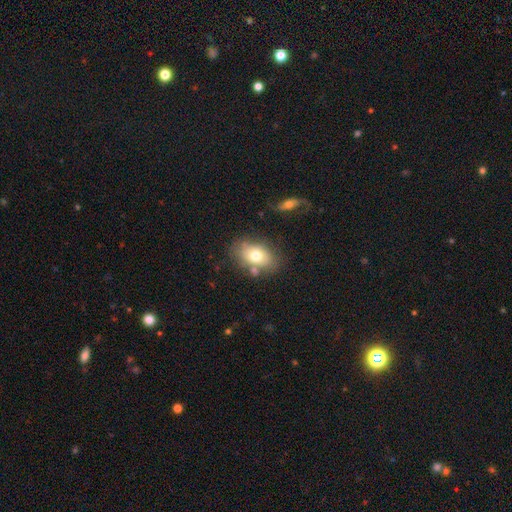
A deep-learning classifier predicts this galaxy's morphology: A smooth galaxy with no disk features (70%) that is in between round and cigar-shaped (83%).

Vote fractions:
- Smooth or featured? smooth: 70% / featured or disk: 21% / star or artifact: 9%
- How rounded? in between: 83% / round: 15% / cigar-shaped: 1%
- Merging? none: 67% / minor disturbance: 17% / merger: 10% / major disturbance: 6%